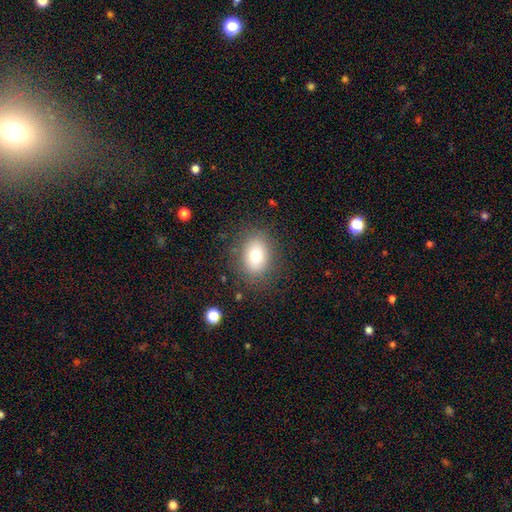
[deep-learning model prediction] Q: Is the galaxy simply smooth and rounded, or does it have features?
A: smooth — 74%.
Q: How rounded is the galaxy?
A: in between — 59%.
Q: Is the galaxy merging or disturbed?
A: none — 82%.